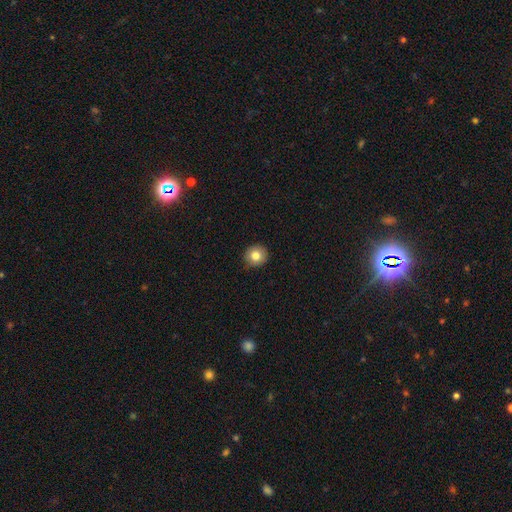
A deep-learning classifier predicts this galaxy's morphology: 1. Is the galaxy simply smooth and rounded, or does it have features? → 81% smooth, 10% star or artifact, 9% featured or disk.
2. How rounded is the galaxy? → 90% round, 9% in between, 1% cigar-shaped.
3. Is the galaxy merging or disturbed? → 86% none, 11% minor disturbance, 2% major disturbance, 1% merger.